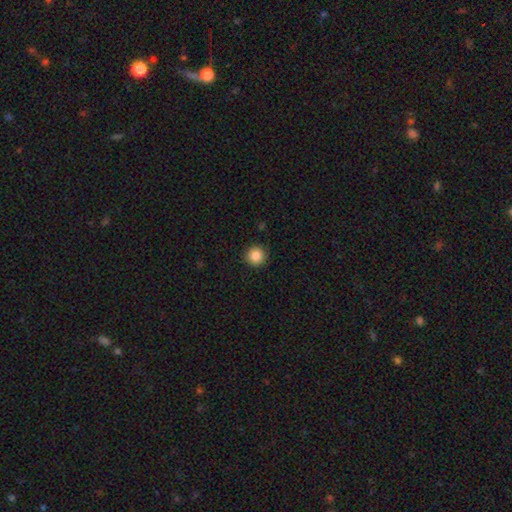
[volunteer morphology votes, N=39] Volunteers were most divided on "merging": none: 82%, major disturbance: 11%, minor disturbance: 8%, merger: 0%. More confident: how rounded — round (97%); smooth or featured — smooth (92%).